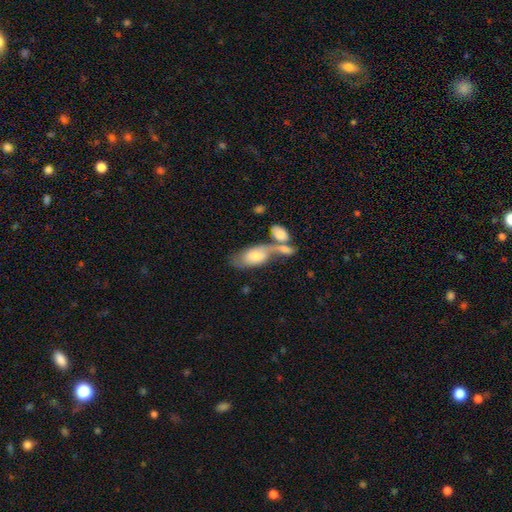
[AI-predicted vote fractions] This appears to be a smooth galaxy with no disk features (63%) that is in between round and cigar-shaped (89%). Merging: merger (49%).